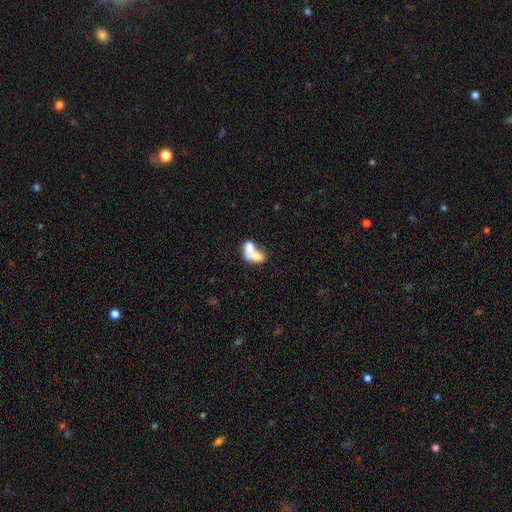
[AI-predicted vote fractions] A smooth galaxy with no disk features (60%) that is in between round and cigar-shaped (76%).

Vote fractions:
- Smooth or featured? smooth: 60% / featured or disk: 30% / star or artifact: 9%
- How rounded? in between: 76% / round: 22% / cigar-shaped: 2%
- Merging? merger: 72% / none: 15% / major disturbance: 7% / minor disturbance: 6%